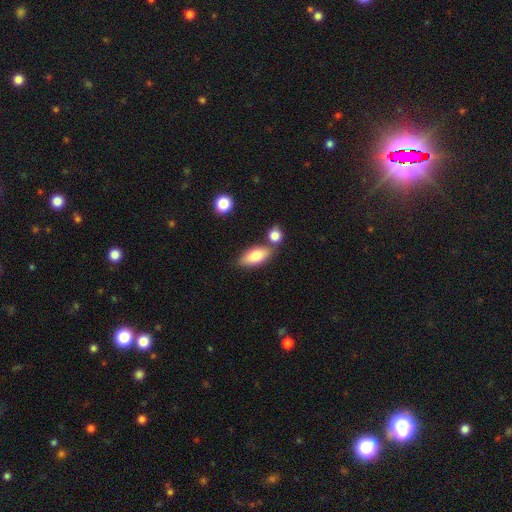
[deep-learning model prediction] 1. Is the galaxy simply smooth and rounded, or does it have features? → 79% smooth, 14% featured or disk, 6% star or artifact.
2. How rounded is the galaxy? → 86% in between, 10% cigar-shaped, 4% round.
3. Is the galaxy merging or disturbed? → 63% none, 22% merger, 13% minor disturbance, 3% major disturbance.